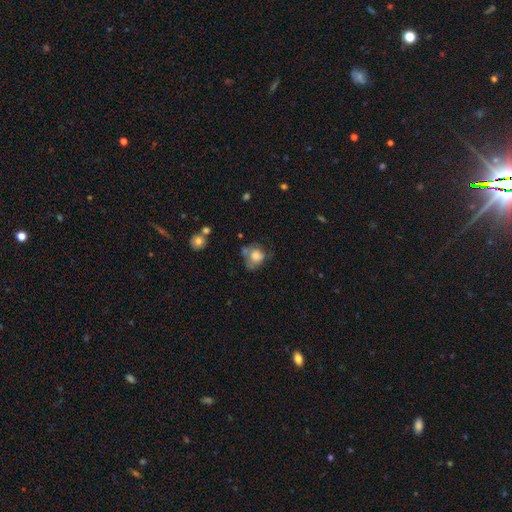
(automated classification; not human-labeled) smooth 69%, featured or disk 22%, star or artifact 9%. Down the decision tree: how rounded — round (67%); merging — none (36%).